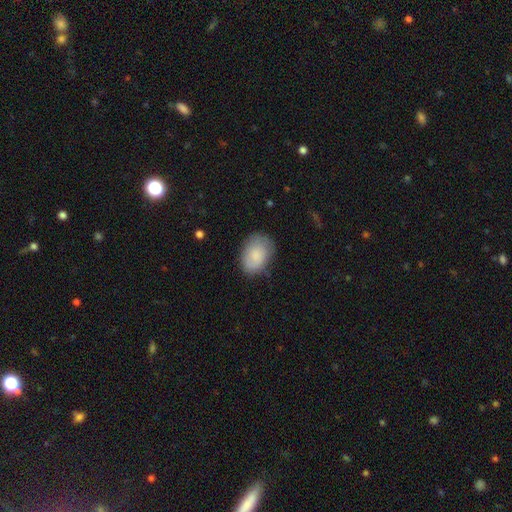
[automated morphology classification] Smooth or featured?
  - smooth: 84% *
  - featured or disk: 10%
  - star or artifact: 6%
How rounded?
  - in between: 83% *
  - round: 16%
  - cigar-shaped: 1%
Merging?
  - none: 73% *
  - minor disturbance: 21%
  - major disturbance: 5%
  - merger: 1%